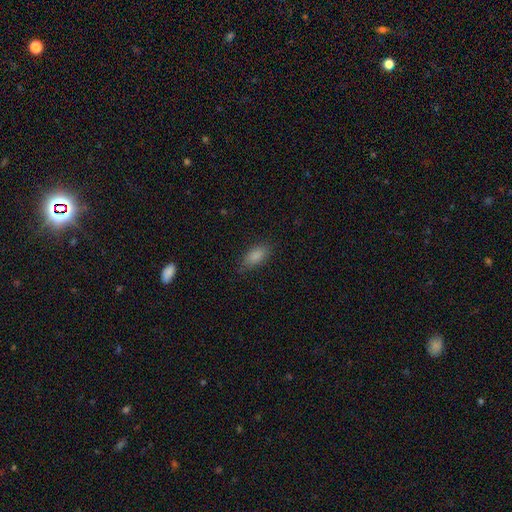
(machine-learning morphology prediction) Overall: smooth (86%). How rounded: in between (88%). Merging: none (78%).